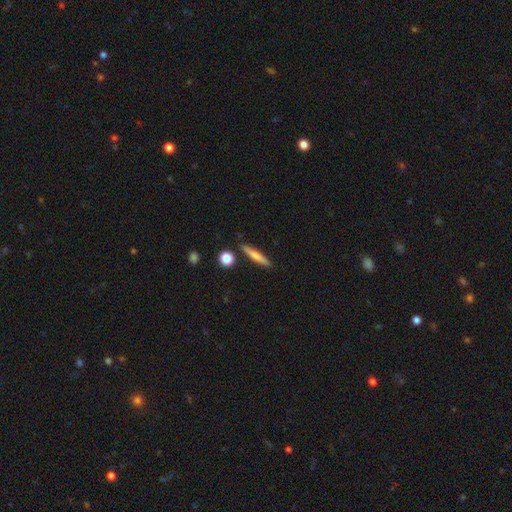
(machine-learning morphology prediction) type=smooth (64%); roundness=cigar-shaped (89%); merging=none (87%).